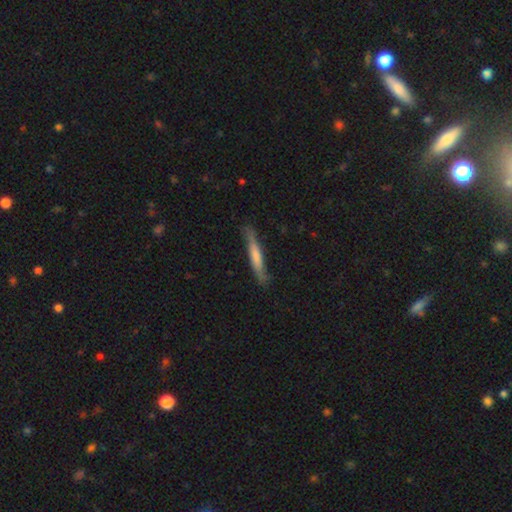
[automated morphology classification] featured or disk 55%, smooth 36%, star or artifact 9%. Down the decision tree: edge-on disk — yes (91%); edge-on bulge — rounded (56%); merging — none (85%).